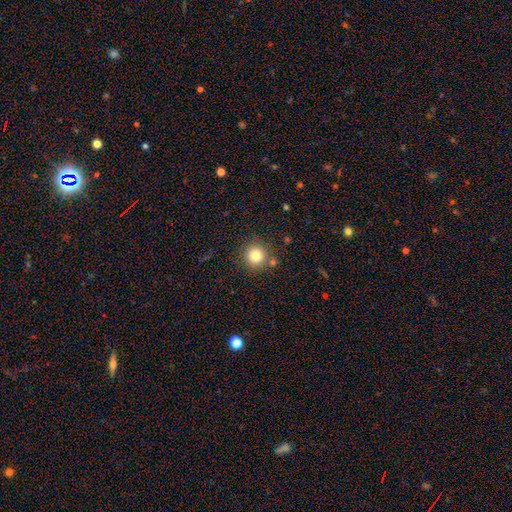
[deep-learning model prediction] Smooth or featured? smooth (81%)
How rounded? round (94%)
Merging? none (83%)